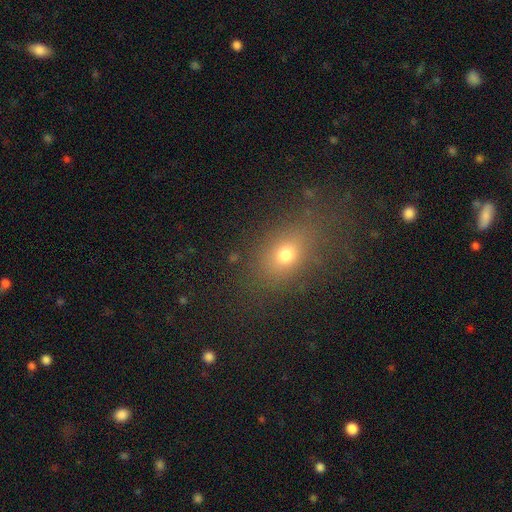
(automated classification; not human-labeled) smooth-or-featured: smooth: 61% | star or artifact: 27% | featured or disk: 11%
  how-rounded: in between: 65% | round: 32% | cigar-shaped: 3%
  merging: none: 82% | minor disturbance: 12% | major disturbance: 5% | merger: 2%